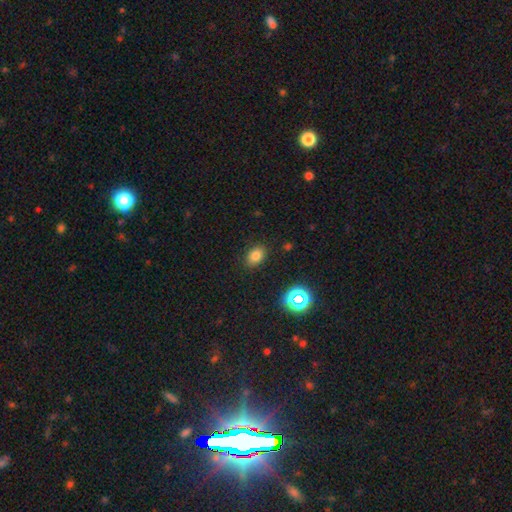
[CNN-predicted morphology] Q: Smooth or featured?
A: smooth (78%); runner-up: star or artifact (15%)
Q: How rounded?
A: in between (73%); runner-up: round (25%)
Q: Merging?
A: none (86%); runner-up: minor disturbance (10%)